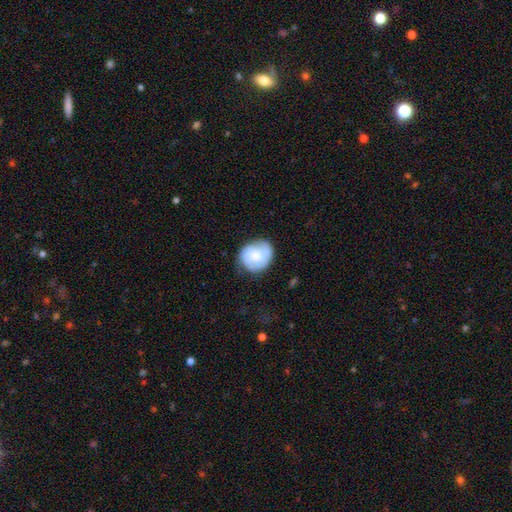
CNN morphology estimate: smooth-or-featured: featured or disk: 54% | smooth: 39% | star or artifact: 6%
  disk-edge-on: no: 98% | yes: 2%
    bar: no: 58% | weak: 35% | strong: 6%
    has-spiral-arms: yes: 89% | no: 11%
    bulge-size: moderate: 41% | small: 28% | large: 16% | none: 13% | dominant: 3%
  merging: none: 73% | minor disturbance: 19% | major disturbance: 6% | merger: 1%